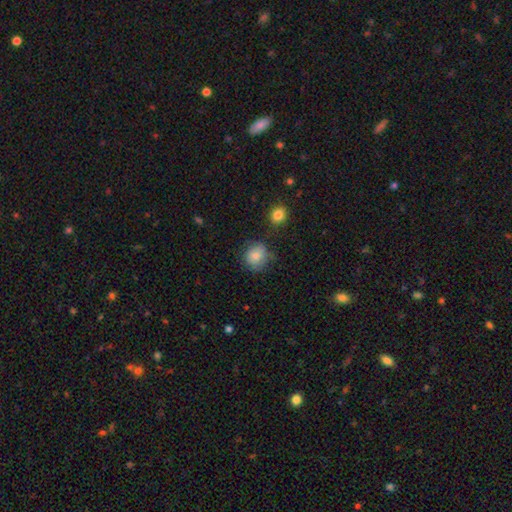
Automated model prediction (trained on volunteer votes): smooth 82%, star or artifact 9%, featured or disk 8%. Down the decision tree: how rounded — round (82%); merging — none (70%).